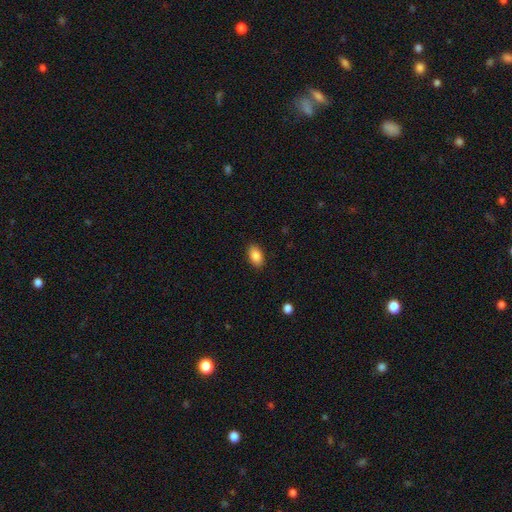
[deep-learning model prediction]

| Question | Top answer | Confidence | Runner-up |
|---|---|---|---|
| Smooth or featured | smooth | 87% | star or artifact (8%) |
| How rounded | in between | 92% | round (6%) |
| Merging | none | 89% | minor disturbance (8%) |